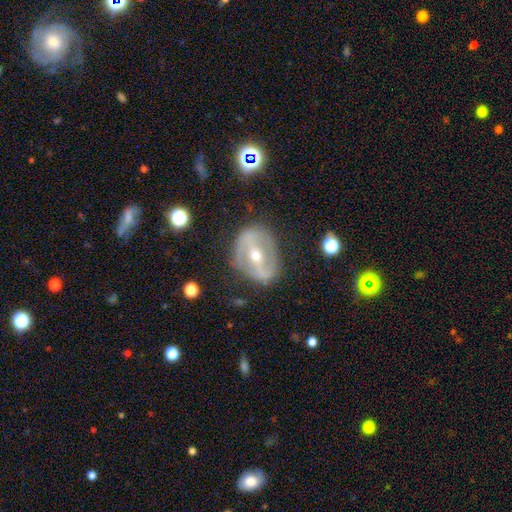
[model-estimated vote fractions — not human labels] Q: Smooth or featured?
A: featured or disk (76%); runner-up: smooth (17%)
Q: Edge-on disk?
A: no (93%); runner-up: yes (7%)
Q: Bar?
A: strong (59%); runner-up: weak (25%)
Q: Spiral arms?
A: yes (56%); runner-up: no (44%)
Q: Bulge size?
A: moderate (53%); runner-up: small (43%)
Q: Merging?
A: none (73%); runner-up: minor disturbance (17%)